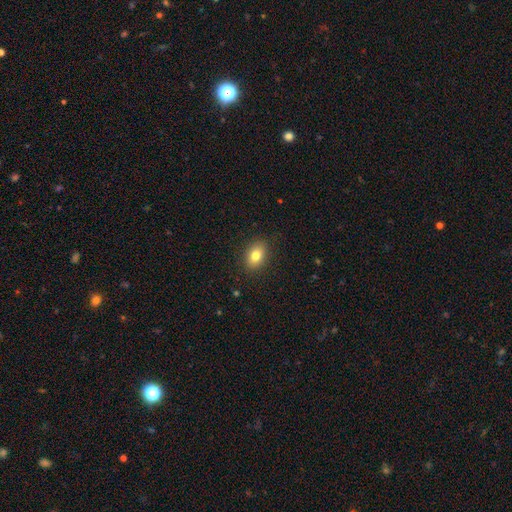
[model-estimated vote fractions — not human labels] A smooth galaxy with no disk features (80%) that is in between round and cigar-shaped (81%). Merging: none (88%).